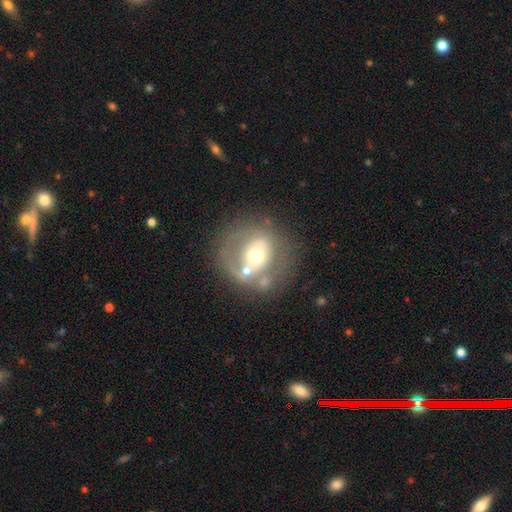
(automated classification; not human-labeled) Smooth or featured?
  - featured or disk: 53% *
  - smooth: 38%
  - star or artifact: 9%
Edge-on disk?
  - no: 95% *
  - yes: 5%
Bar?
  - no: 71% *
  - weak: 19%
  - strong: 10%
Spiral arms?
  - no: 78% *
  - yes: 22%
Bulge size?
  - moderate: 69% *
  - large: 16%
  - small: 12%
  - dominant: 2%
  - none: 1%
Merging?
  - none: 53% *
  - minor disturbance: 17%
  - merger: 15%
  - major disturbance: 14%